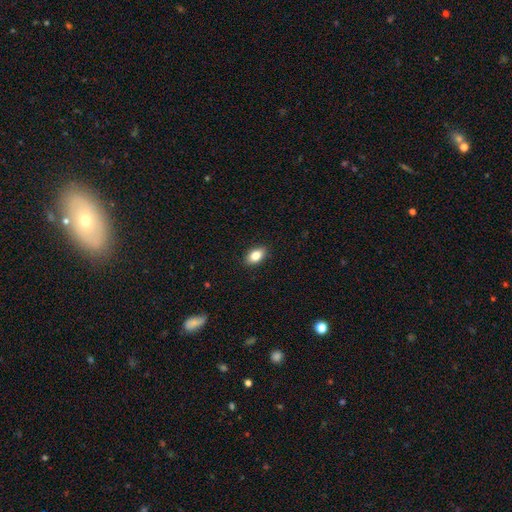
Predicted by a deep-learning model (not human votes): Smooth or featured? Predicted: smooth (p=0.82). How rounded? Predicted: in between (p=0.88). Merging? Predicted: none (p=0.90).